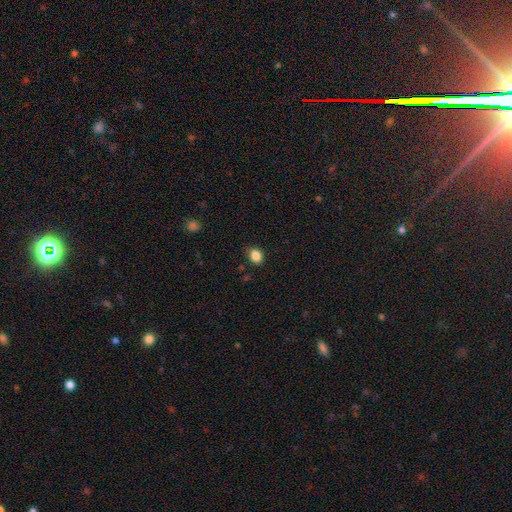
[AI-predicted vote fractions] This is clearly a smooth galaxy (86%). How rounded: possibly in between (51%). Merging: clearly none (84%).